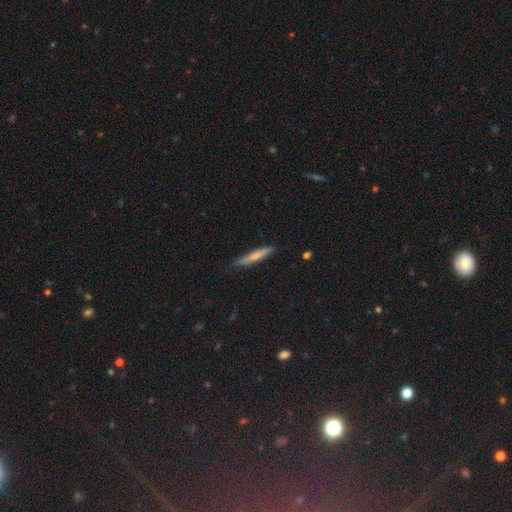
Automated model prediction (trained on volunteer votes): smooth_or_featured: smooth (p=0.62) [alt: featured or disk p=0.32]
how_rounded: cigar-shaped (p=0.93) [alt: in between p=0.05]
merging: none (p=0.83) [alt: minor disturbance p=0.14]